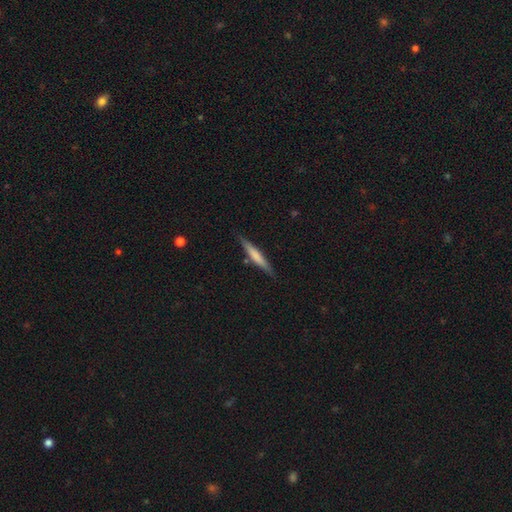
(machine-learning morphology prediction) smooth-or-featured: smooth: 60% | featured or disk: 35% | star or artifact: 5%
  how-rounded: cigar-shaped: 93% | in between: 6% | round: 1%
  merging: none: 84% | minor disturbance: 11% | merger: 3% | major disturbance: 2%